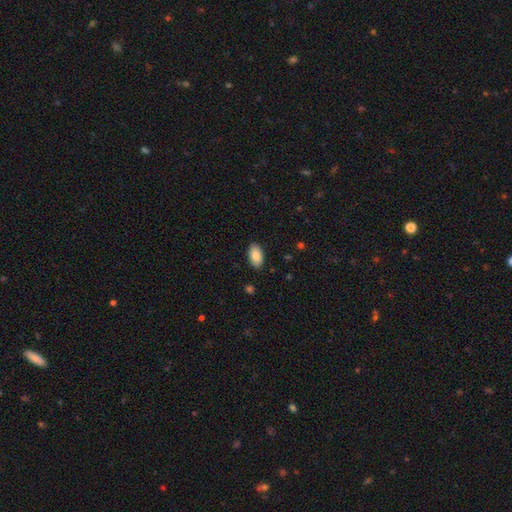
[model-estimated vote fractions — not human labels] A smooth galaxy with no disk features (85%) that is in between round and cigar-shaped (95%).

Vote fractions:
- Smooth or featured? smooth: 85% / featured or disk: 9% / star or artifact: 7%
- How rounded? in between: 95% / round: 4% / cigar-shaped: 2%
- Merging? none: 88% / minor disturbance: 9% / major disturbance: 2% / merger: 1%